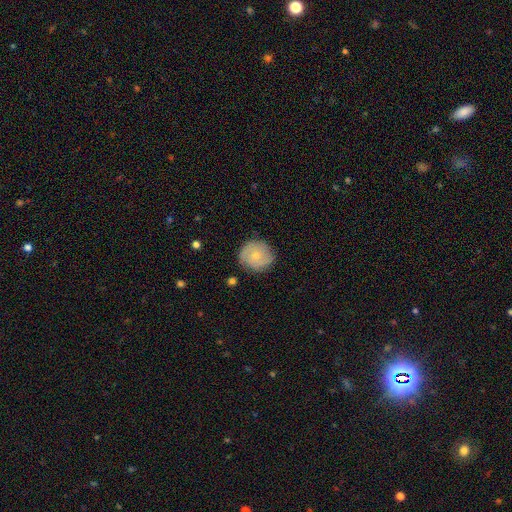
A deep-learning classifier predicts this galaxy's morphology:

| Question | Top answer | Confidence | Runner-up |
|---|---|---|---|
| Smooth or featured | smooth | 50% | featured or disk (42%) |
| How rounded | round | 91% | in between (8%) |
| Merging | none | 82% | minor disturbance (14%) |